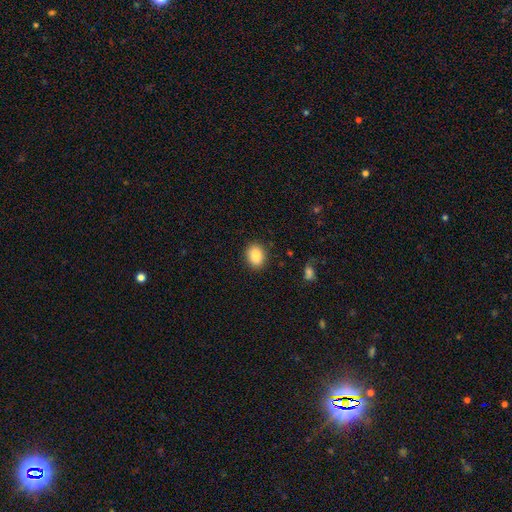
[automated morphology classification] smooth 86%, star or artifact 8%, featured or disk 6%. Down the decision tree: how rounded — in between (58%); merging — none (88%).